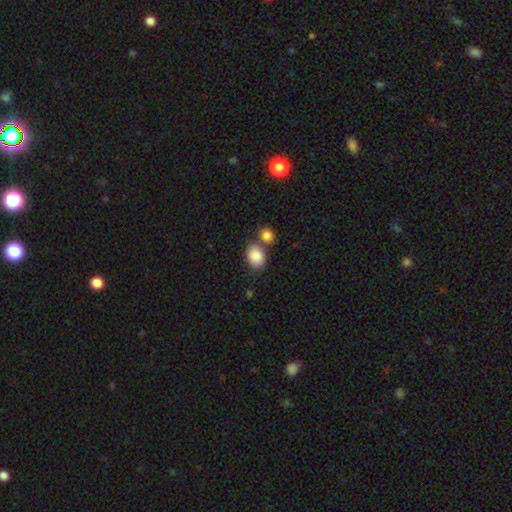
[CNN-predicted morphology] A smooth galaxy with no disk features (87%) that is in between round and cigar-shaped (71%).

Vote fractions:
- Smooth or featured? smooth: 87% / star or artifact: 7% / featured or disk: 5%
- How rounded? in between: 71% / round: 28% / cigar-shaped: 1%
- Merging? none: 58% / merger: 26% / minor disturbance: 12% / major disturbance: 4%